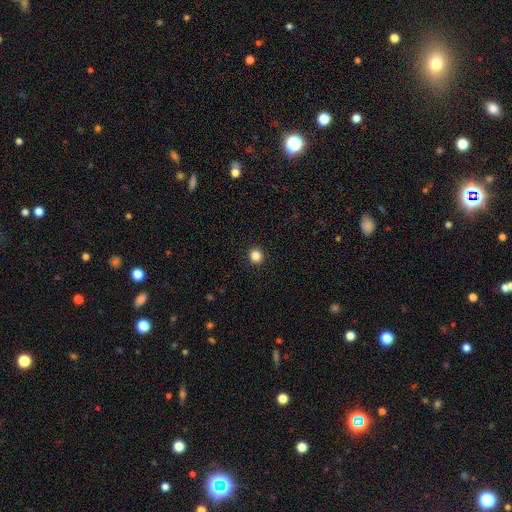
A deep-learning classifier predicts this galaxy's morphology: The model was most divided on "smooth or featured": smooth: 85%, star or artifact: 11%, featured or disk: 4%. More confident: merging — none (93%); how rounded — round (92%).